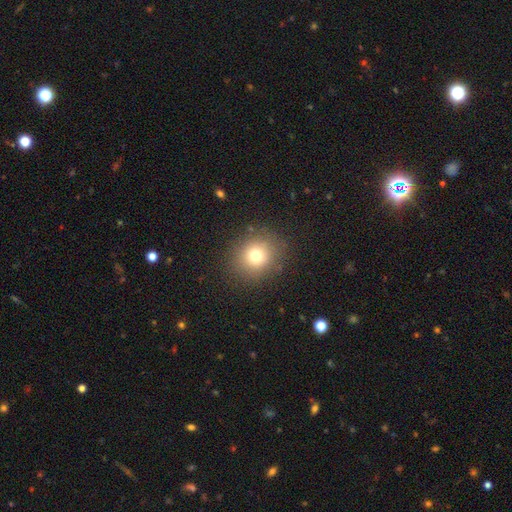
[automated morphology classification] Smooth or featured? Predicted: smooth (p=0.75). How rounded? Predicted: round (p=0.82). Merging? Predicted: none (p=0.86).